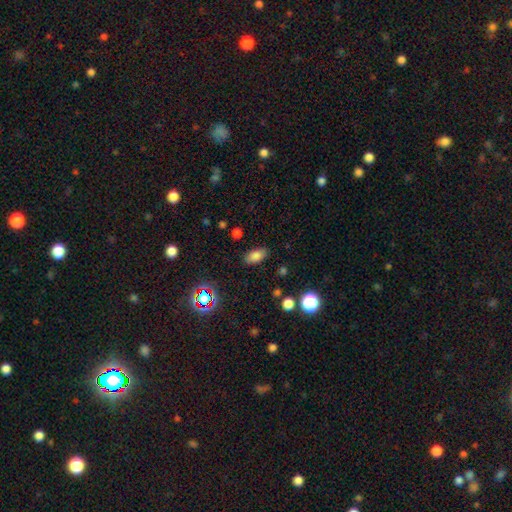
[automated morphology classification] smooth-or-featured: smooth: 80% | star or artifact: 13% | featured or disk: 7%
  how-rounded: in between: 90% | round: 6% | cigar-shaped: 3%
  merging: none: 85% | minor disturbance: 11% | major disturbance: 3% | merger: 2%